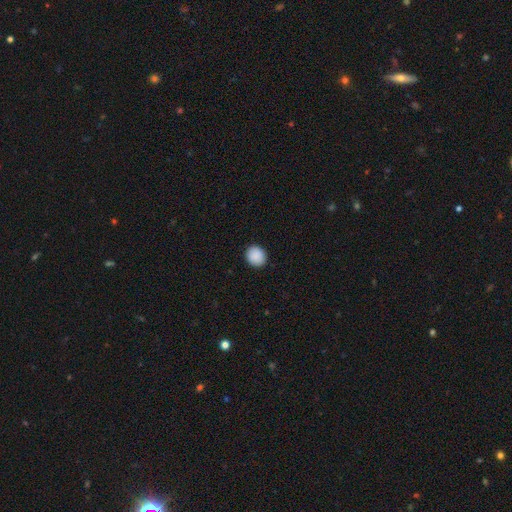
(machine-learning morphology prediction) Smooth or featured: smooth — 90% (star or artifact — 8%)
How rounded: round — 82% (in between — 17%)
Merging: none — 92% (minor disturbance — 6%)